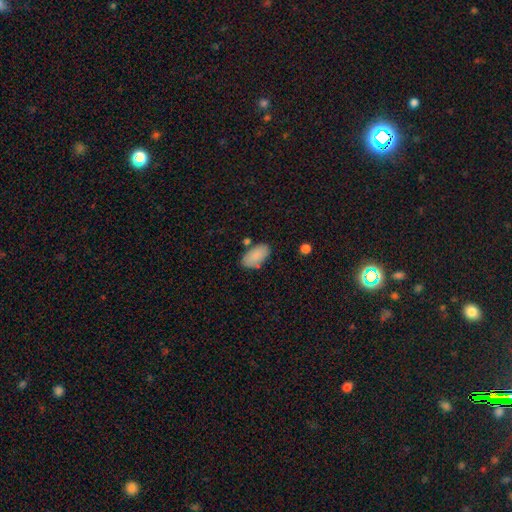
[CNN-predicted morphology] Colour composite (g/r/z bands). It shows a smooth galaxy with no disk features (87%) that is in between round and cigar-shaped (94%). Merging: none (74%).